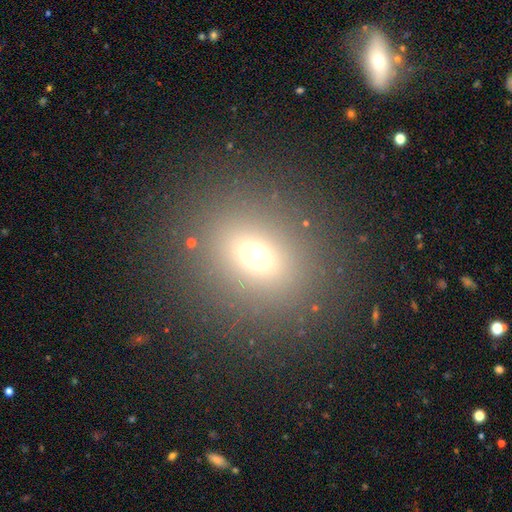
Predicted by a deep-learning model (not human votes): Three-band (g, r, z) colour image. It shows a smooth galaxy with no disk features (65%) that is round (62%). Merging: none (86%).